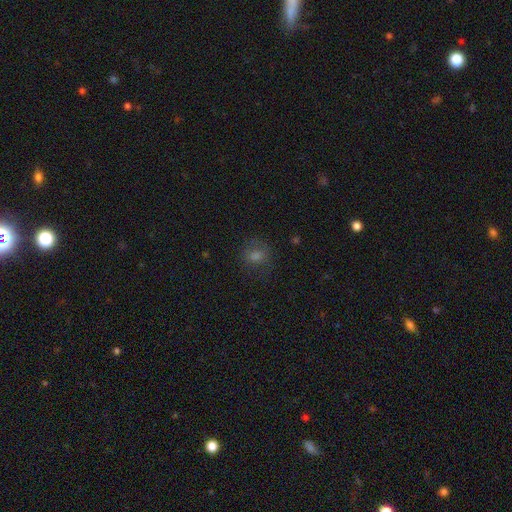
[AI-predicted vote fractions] Smooth or featured? smooth (60%)
How rounded? round (68%)
Merging? none (76%)